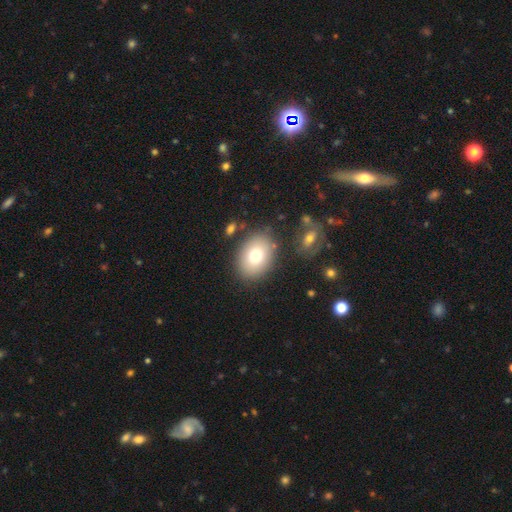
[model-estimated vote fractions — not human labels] The model was most divided on "how rounded": in between: 70%, round: 29%, cigar-shaped: 1%. More confident: merging — none (82%); smooth or featured — smooth (75%).